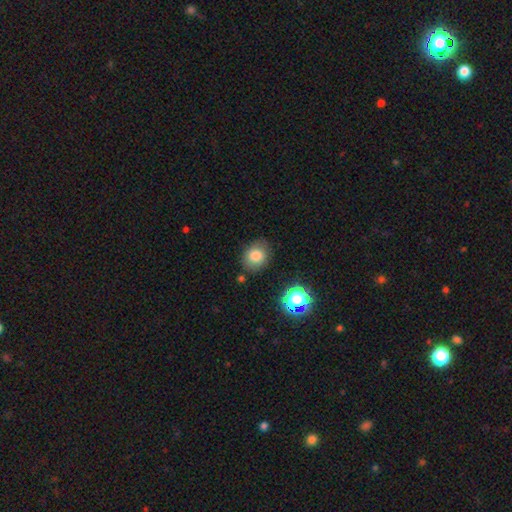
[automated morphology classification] smooth_or_featured: smooth (p=0.80) [alt: star or artifact p=0.12]
how_rounded: round (p=0.66) [alt: in between p=0.33]
merging: none (p=0.78) [alt: minor disturbance p=0.15]